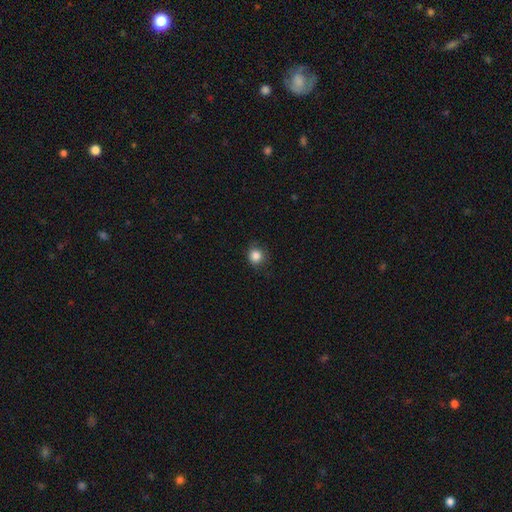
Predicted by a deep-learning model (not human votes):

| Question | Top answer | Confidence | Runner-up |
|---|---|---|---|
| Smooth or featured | smooth | 86% | star or artifact (11%) |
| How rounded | round | 89% | in between (10%) |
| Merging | none | 81% | minor disturbance (15%) |